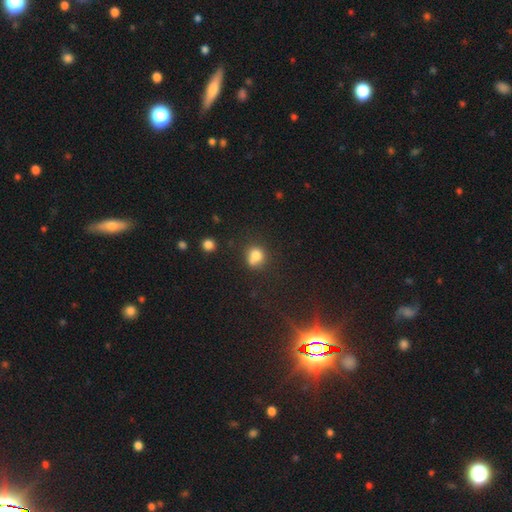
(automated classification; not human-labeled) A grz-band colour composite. It shows a smooth galaxy with no disk features (77%) that is round (73%). Merging: none (49%).